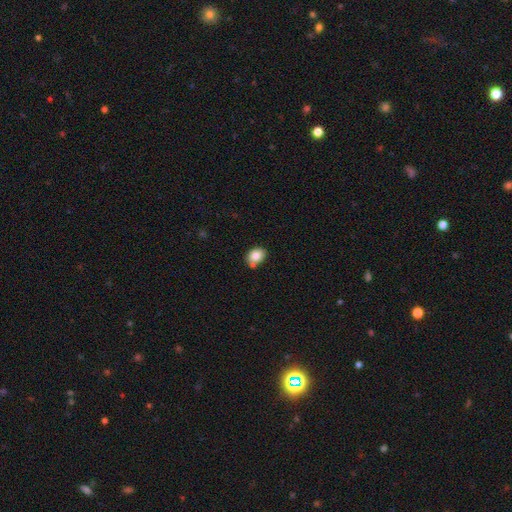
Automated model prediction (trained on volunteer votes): Smooth or featured? smooth (82%)
How rounded? in between (57%)
Merging? none (63%)